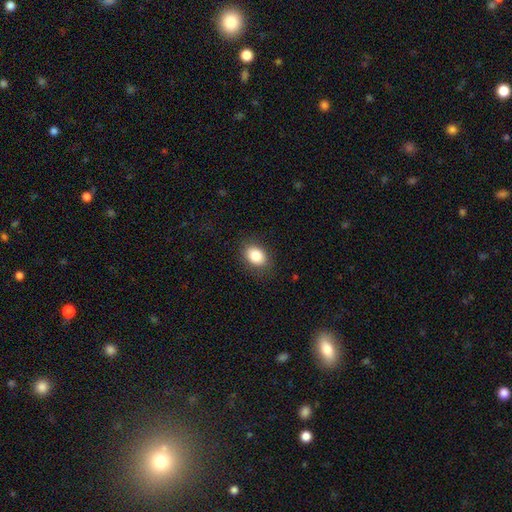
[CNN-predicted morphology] Smooth or featured? Predicted: smooth (p=0.85). How rounded? Predicted: in between (p=0.75). Merging? Predicted: none (p=0.85).